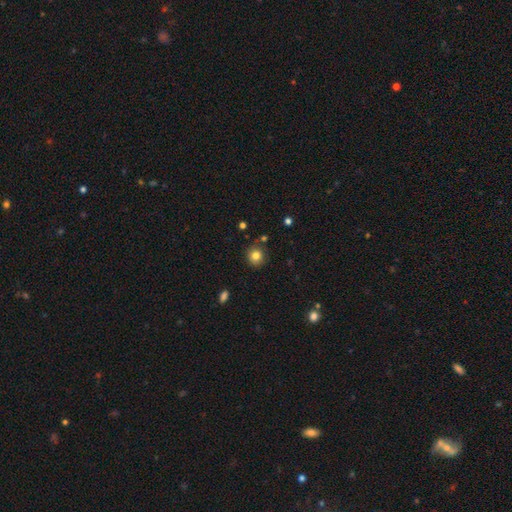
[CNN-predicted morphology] type=smooth (81%); roundness=round (88%); merging=none (82%).